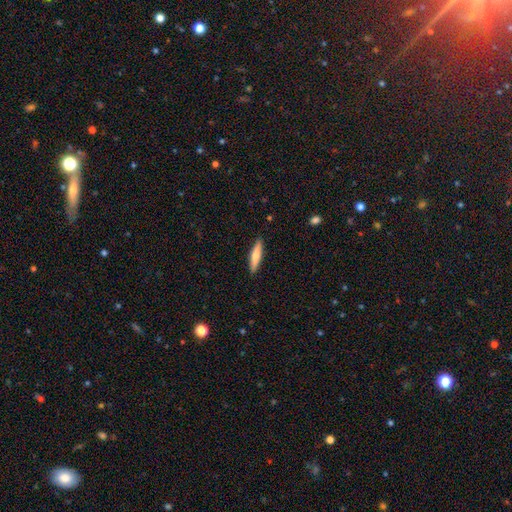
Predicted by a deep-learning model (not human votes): A smooth galaxy with no disk features (68%) that is cigar-shaped (83%). Merging: none (90%).